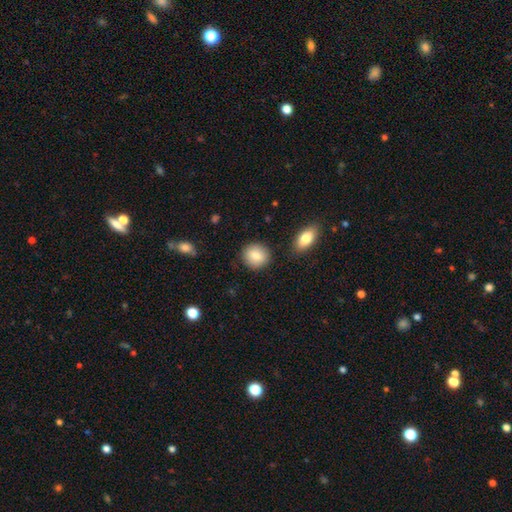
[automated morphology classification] This is clearly a smooth galaxy (84%). How rounded: clearly round (85%). Merging: clearly none (87%).